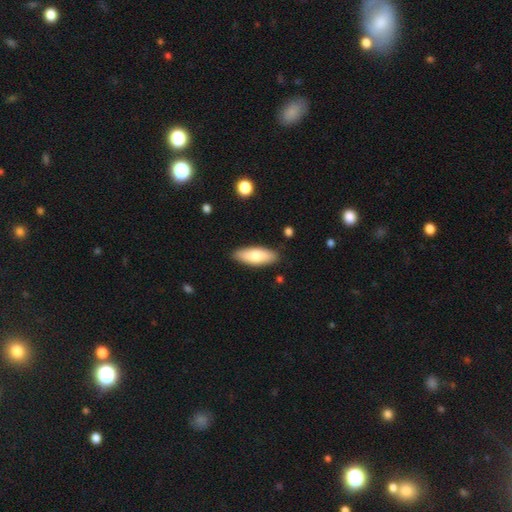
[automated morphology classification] Overall: smooth (75%). How rounded: in between (70%). Merging: none (87%).